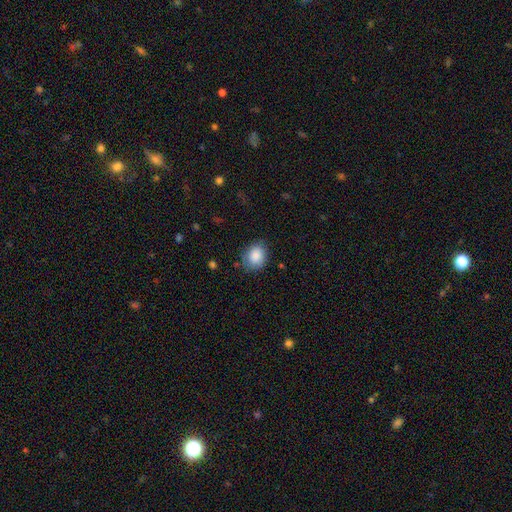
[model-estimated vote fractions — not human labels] A smooth galaxy with no disk features (87%) that is in between round and cigar-shaped (50%). Merging: none (77%).